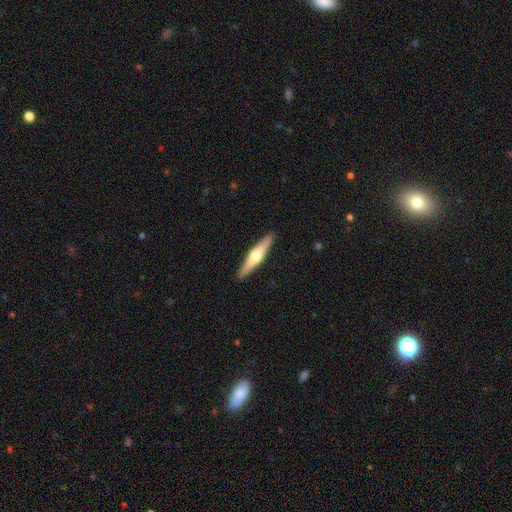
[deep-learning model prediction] smooth-or-featured: featured or disk: 58% | smooth: 38% | star or artifact: 5%
  disk-edge-on: yes: 96% | no: 4%
    edge-on-bulge: rounded: 93% | none: 4% | boxy: 4%
  merging: none: 91% | minor disturbance: 6% | major disturbance: 1% | merger: 1%